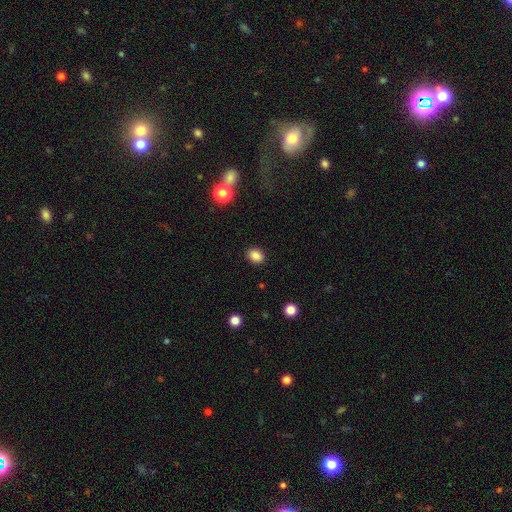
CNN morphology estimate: This appears to be a smooth galaxy with no disk features (86%) that is in between round and cigar-shaped (52%). Merging: none (90%).